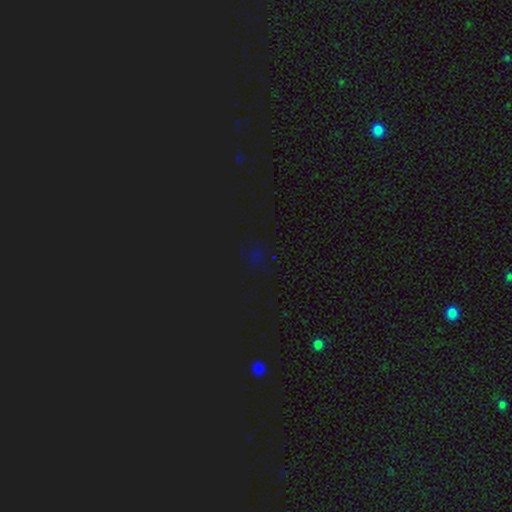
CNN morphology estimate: smooth_or_featured: star or artifact (p=0.73) [alt: smooth p=0.21]